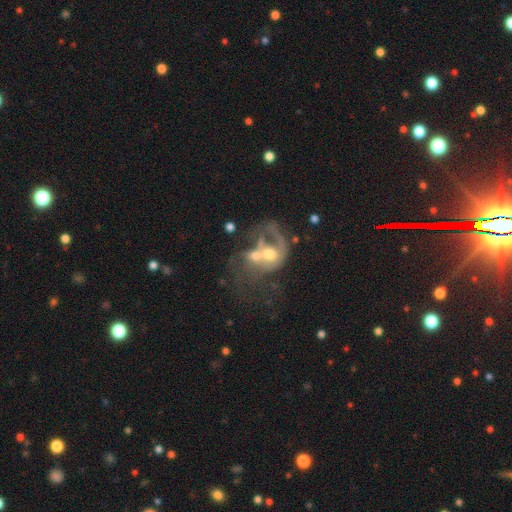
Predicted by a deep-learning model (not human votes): This is likely a featured or disk galaxy (60%). It is clearly not viewed edge-on (97%). Bar: likely no (77%). Spiral arm pattern: possibly no (52%). Central bulge: likely moderate (63%). Merging: likely merger (60%).